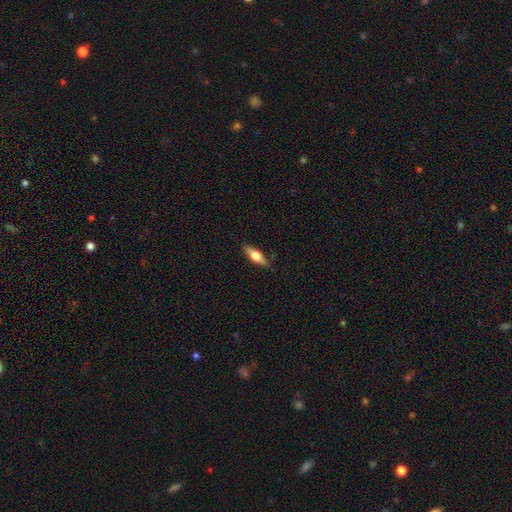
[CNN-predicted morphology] smooth 53%, featured or disk 42%, star or artifact 6%. Down the decision tree: how rounded — cigar-shaped (49%); merging — none (86%).